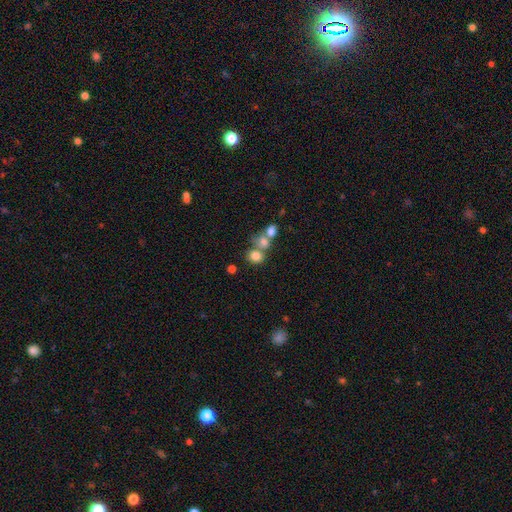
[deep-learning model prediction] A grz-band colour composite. It shows a smooth galaxy with no disk features (77%) that is round (70%). Merging: none (44%).